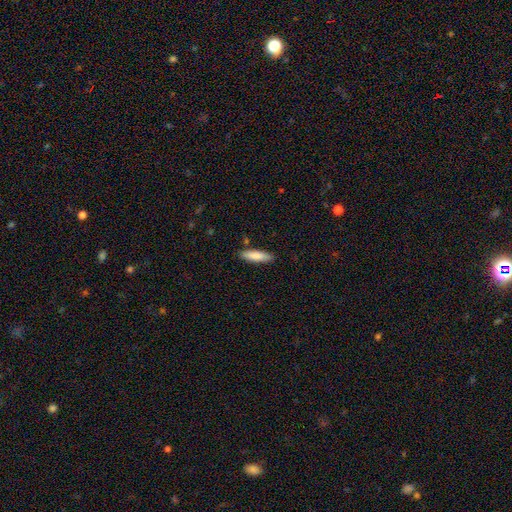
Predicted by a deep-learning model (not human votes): smooth-or-featured: smooth: 85% | featured or disk: 10% | star or artifact: 6%
  how-rounded: cigar-shaped: 66% | in between: 33% | round: 1%
  merging: none: 86% | minor disturbance: 10% | merger: 2% | major disturbance: 2%